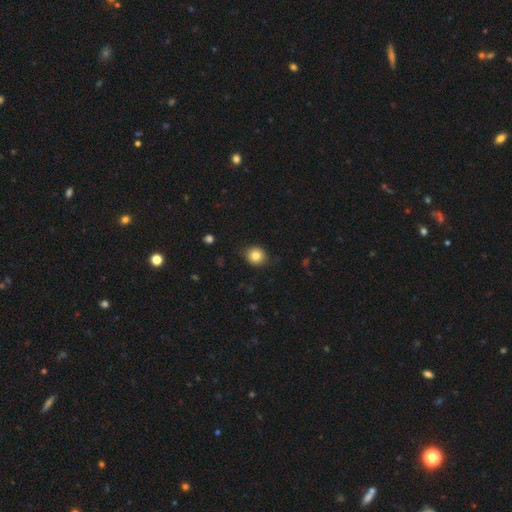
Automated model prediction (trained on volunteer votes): smooth_or_featured: smooth (p=0.82) [alt: star or artifact p=0.10]
how_rounded: round (p=0.83) [alt: in between p=0.16]
merging: none (p=0.85) [alt: minor disturbance p=0.12]